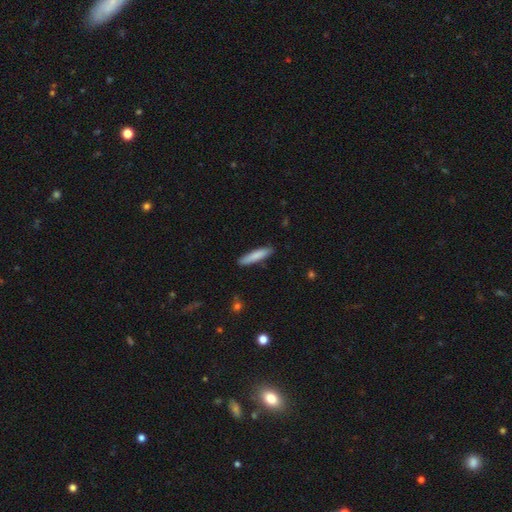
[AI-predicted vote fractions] This is clearly a smooth galaxy (82%). How rounded: clearly cigar-shaped (86%). Merging: clearly none (87%).